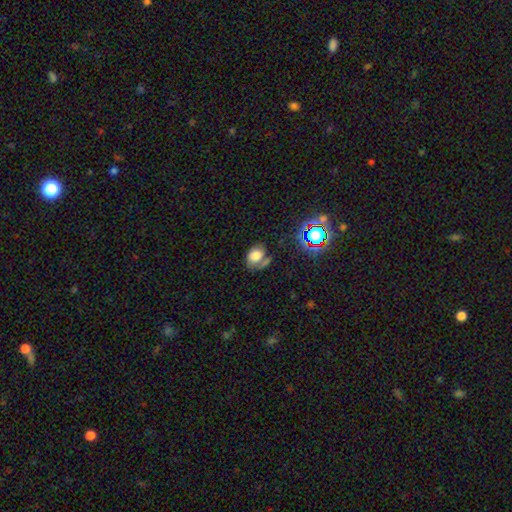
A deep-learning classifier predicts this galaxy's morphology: Smooth or featured? Predicted: smooth (p=0.67). How rounded? Predicted: in between (p=0.71). Merging? Predicted: none (p=0.44).